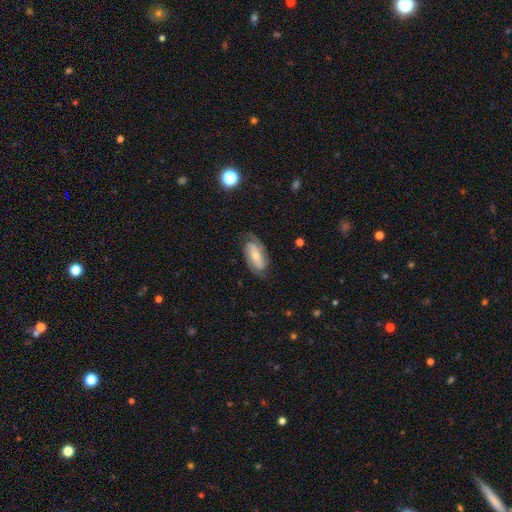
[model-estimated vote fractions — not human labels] Overall: featured or disk (76%). Edge-on disk: no (94%). Bar: no (40%; weak 32%). Spiral arms: yes (92%). Spiral arm count: 2 (81%). Spiral winding: medium (42%; tight 38%). Bulge size: small (54%; moderate 40%). Merging: none (71%).